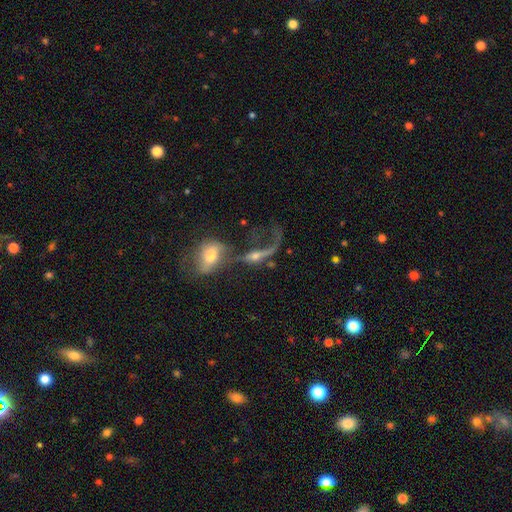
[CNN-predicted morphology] type=featured or disk (59%); edge-on=no (80%); merging=merger (49%).